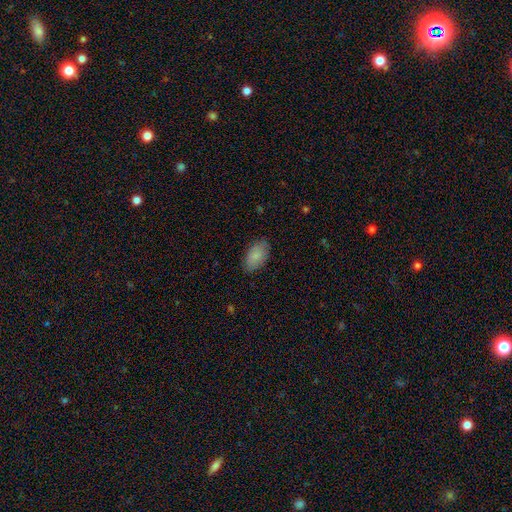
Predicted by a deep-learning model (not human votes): smooth 85%, featured or disk 9%, star or artifact 6%. Down the decision tree: how rounded — in between (94%); merging — none (81%).